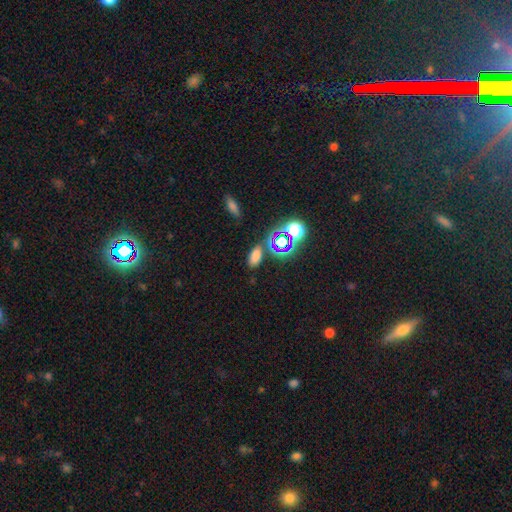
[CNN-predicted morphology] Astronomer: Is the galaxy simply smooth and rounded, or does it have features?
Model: smooth — 68%.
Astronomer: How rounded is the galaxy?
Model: in between — 86%.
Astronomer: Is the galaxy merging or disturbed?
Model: none — 76%.